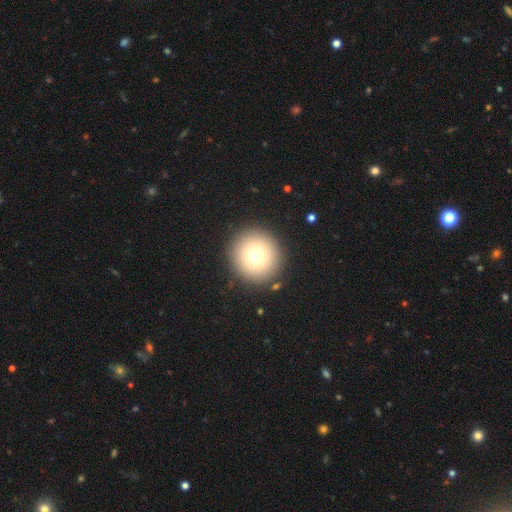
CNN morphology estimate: The model was most divided on "smooth or featured": smooth: 74%, star or artifact: 14%, featured or disk: 12%. More confident: how rounded — round (95%); merging — none (90%).